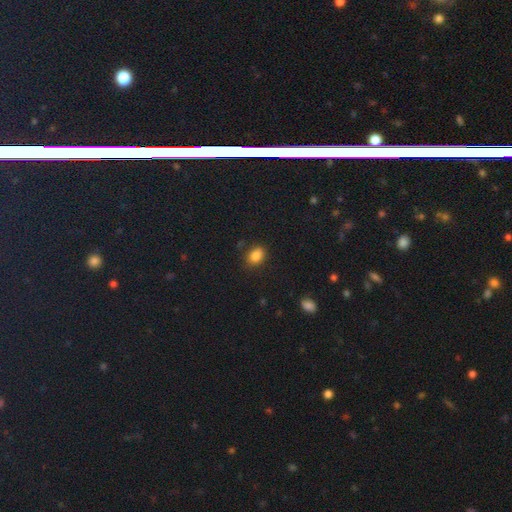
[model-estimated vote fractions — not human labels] A smooth galaxy with no disk features (85%) that is in between round and cigar-shaped (71%). Merging: none (81%).